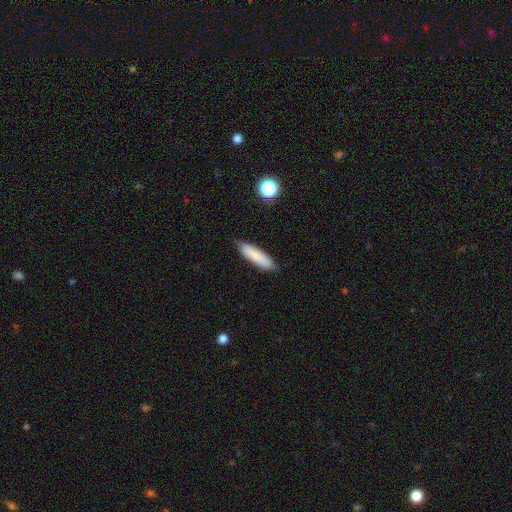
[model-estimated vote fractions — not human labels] Smooth or featured? smooth (84%)
How rounded? cigar-shaped (69%)
Merging? none (84%)